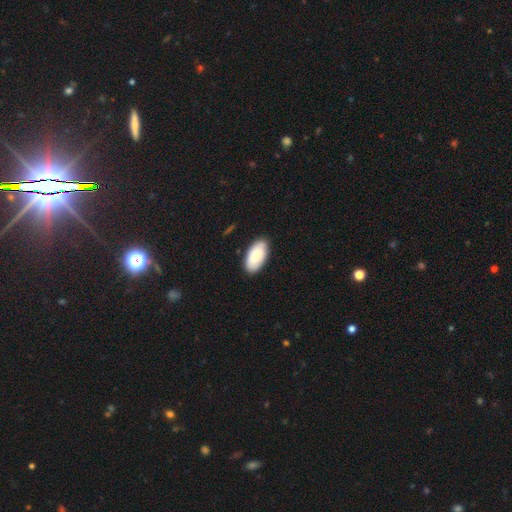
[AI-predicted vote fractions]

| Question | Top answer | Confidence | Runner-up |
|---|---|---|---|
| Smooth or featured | smooth | 79% | featured or disk (15%) |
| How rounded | in between | 95% | cigar-shaped (3%) |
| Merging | none | 82% | minor disturbance (14%) |